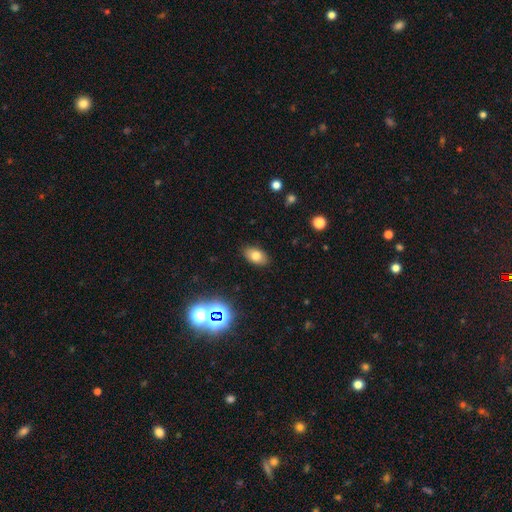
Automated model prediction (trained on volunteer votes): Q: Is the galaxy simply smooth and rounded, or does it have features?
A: smooth — 76%.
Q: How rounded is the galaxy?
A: in between — 90%.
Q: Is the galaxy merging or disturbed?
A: none — 87%.